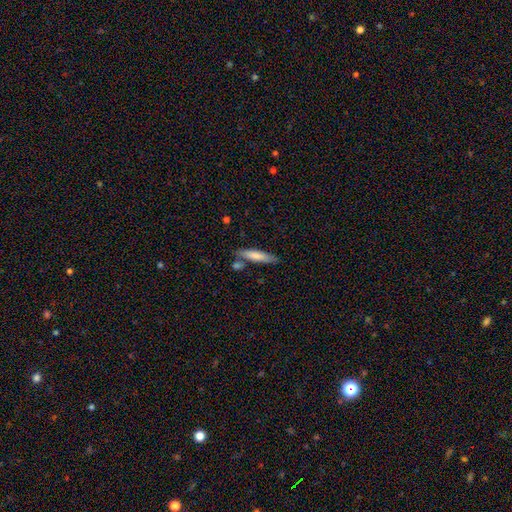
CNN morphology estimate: smooth_or_featured: smooth (p=0.76) [alt: featured or disk p=0.18]
how_rounded: cigar-shaped (p=0.82) [alt: in between p=0.16]
merging: none (p=0.73) [alt: minor disturbance p=0.14]